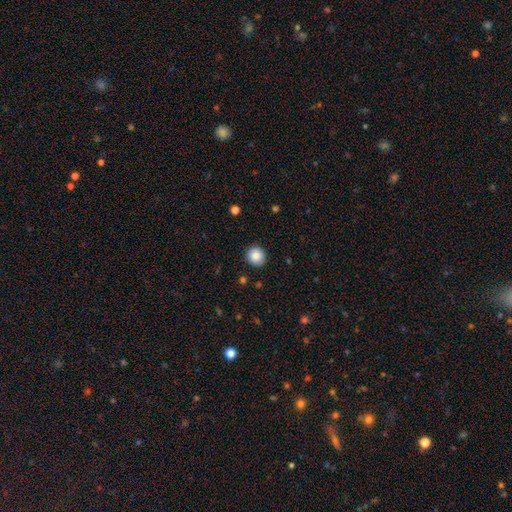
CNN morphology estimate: smooth 87%, star or artifact 9%, featured or disk 4%. Down the decision tree: how rounded — round (92%); merging — none (90%).